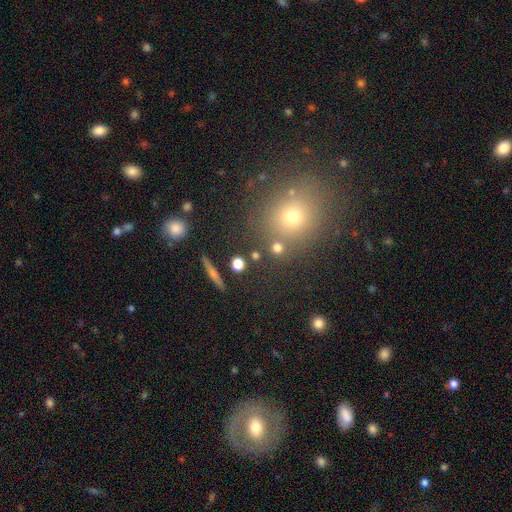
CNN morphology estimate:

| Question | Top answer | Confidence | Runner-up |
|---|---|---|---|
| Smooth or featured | smooth | 67% | star or artifact (20%) |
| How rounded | round | 79% | in between (15%) |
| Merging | none | 80% | merger (9%) |